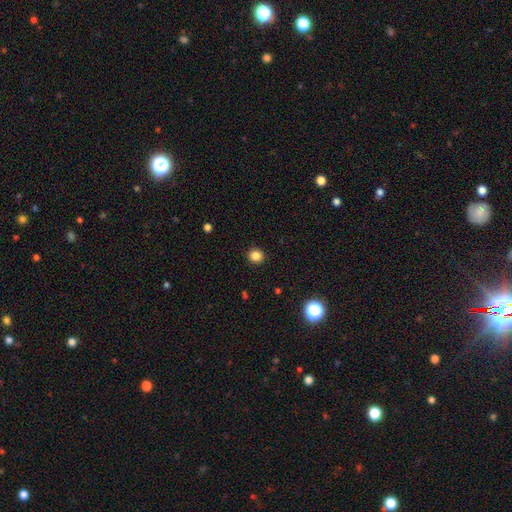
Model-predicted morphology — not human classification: A smooth galaxy with no disk features (84%) that is round (89%).

Vote fractions:
- Smooth or featured? smooth: 84% / star or artifact: 12% / featured or disk: 4%
- How rounded? round: 89% / in between: 10% / cigar-shaped: 1%
- Merging? none: 92% / minor disturbance: 5% / major disturbance: 2% / merger: 1%